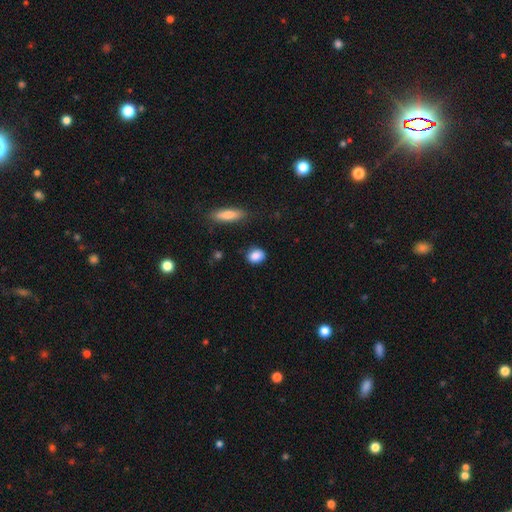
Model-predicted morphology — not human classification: smooth-or-featured: smooth: 87% | star or artifact: 8% | featured or disk: 5%
  how-rounded: round: 54% | in between: 44% | cigar-shaped: 3%
  merging: none: 82% | minor disturbance: 13% | major disturbance: 3% | merger: 2%